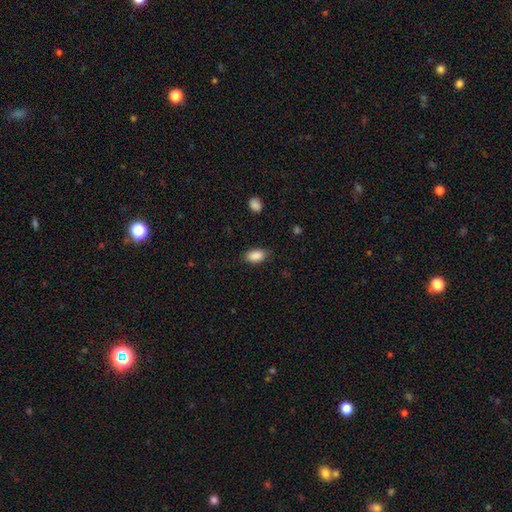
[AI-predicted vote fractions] smooth-or-featured: smooth: 89% | star or artifact: 7% | featured or disk: 4%
  how-rounded: in between: 92% | round: 6% | cigar-shaped: 2%
  merging: none: 83% | minor disturbance: 13% | major disturbance: 3% | merger: 1%